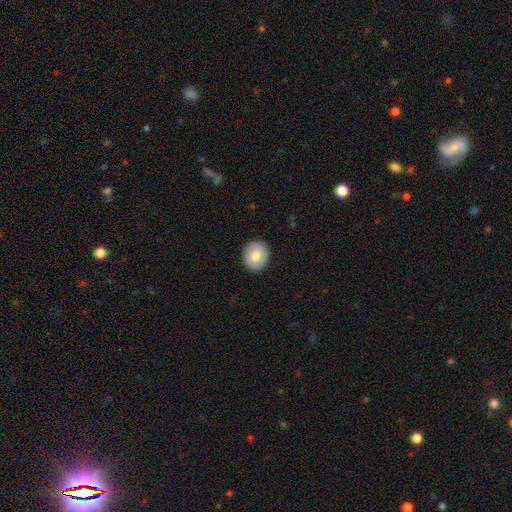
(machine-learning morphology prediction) Q: Smooth or featured?
A: smooth (79%); runner-up: featured or disk (14%)
Q: How rounded?
A: round (68%); runner-up: in between (31%)
Q: Merging?
A: none (91%); runner-up: minor disturbance (7%)